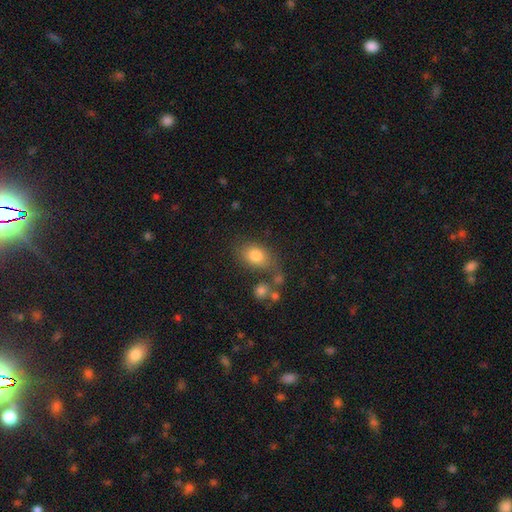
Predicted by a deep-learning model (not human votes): This is likely a smooth galaxy (79%). How rounded: likely in between (72%). Merging: likely none (61%).